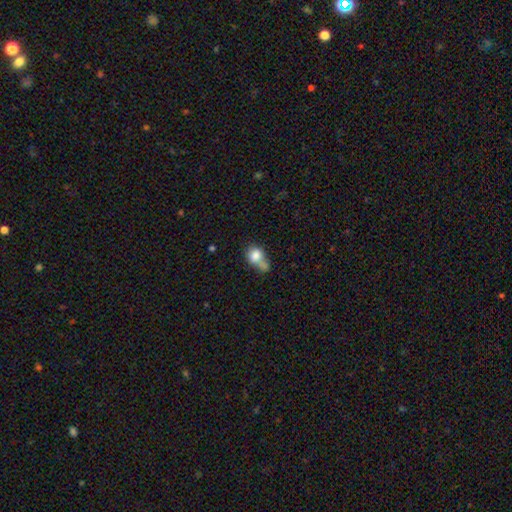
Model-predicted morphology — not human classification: Smooth or featured?
  - smooth: 78% *
  - featured or disk: 12%
  - star or artifact: 10%
How rounded?
  - round: 54% *
  - in between: 44%
  - cigar-shaped: 2%
Merging?
  - merger: 48% *
  - none: 25%
  - minor disturbance: 16%
  - major disturbance: 10%